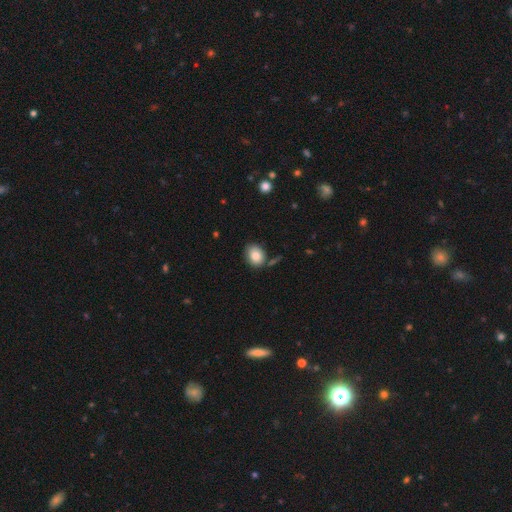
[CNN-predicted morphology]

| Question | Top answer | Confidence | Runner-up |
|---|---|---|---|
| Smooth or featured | smooth | 83% | star or artifact (9%) |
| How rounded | in between | 53% | round (46%) |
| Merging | none | 74% | minor disturbance (15%) |